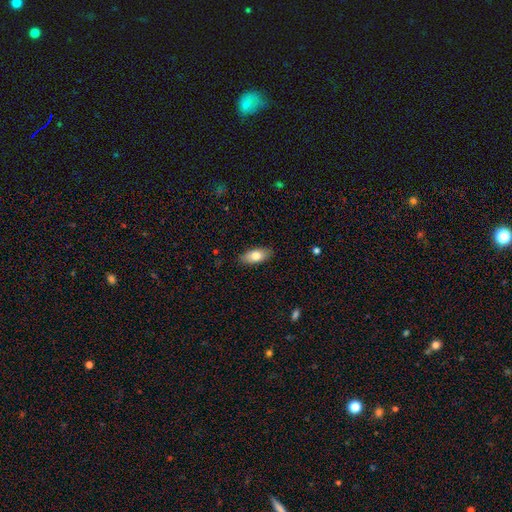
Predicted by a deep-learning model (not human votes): smooth 77%, featured or disk 16%, star or artifact 6%. Down the decision tree: how rounded — in between (87%); merging — none (87%).